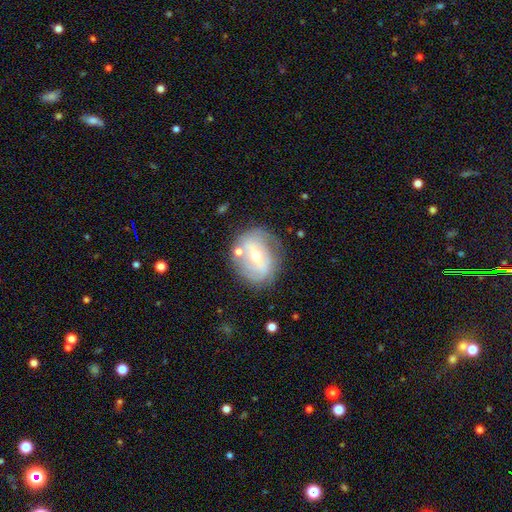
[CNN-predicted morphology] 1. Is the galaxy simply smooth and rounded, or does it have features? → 72% featured or disk, 21% smooth, 7% star or artifact.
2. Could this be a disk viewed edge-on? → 96% no, 4% yes.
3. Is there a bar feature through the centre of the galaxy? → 44% weak, 31% no, 25% strong.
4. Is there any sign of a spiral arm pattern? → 77% yes, 23% no.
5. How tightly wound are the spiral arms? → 48% tight, 34% medium, 18% loose.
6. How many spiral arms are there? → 51% 2, 30% can't tell, 9% 3, 5% 1, 3% 4, 2% more than 4.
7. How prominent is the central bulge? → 56% moderate, 39% small, 3% large, 1% none, 1% dominant.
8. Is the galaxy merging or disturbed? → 69% none, 17% minor disturbance, 7% major disturbance, 6% merger.